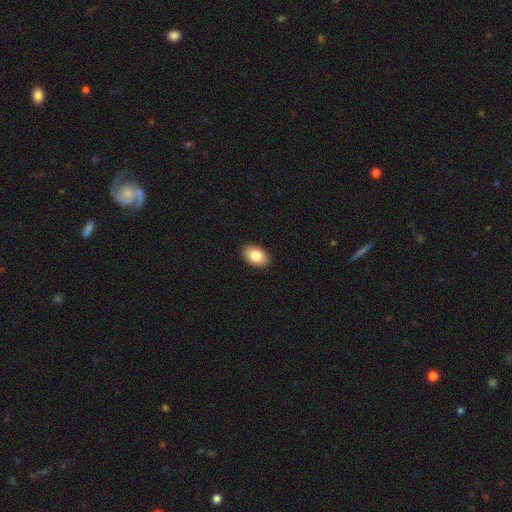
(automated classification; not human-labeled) Smooth or featured? Predicted: smooth (p=0.84). How rounded? Predicted: in between (p=0.91). Merging? Predicted: none (p=0.91).